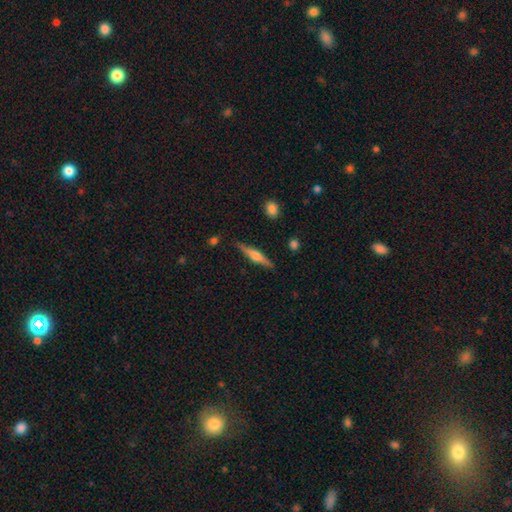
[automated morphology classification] A featured or disk galaxy (61%) viewed edge-on (97%) with a rounded central bulge (84%).

Vote fractions:
- Smooth or featured? featured or disk: 61% / smooth: 33% / star or artifact: 6%
- Edge-on disk? yes: 97% / no: 3%
- Edge-on bulge? rounded: 84% / boxy: 10% / none: 5%
- Merging? none: 88% / minor disturbance: 9% / major disturbance: 2% / merger: 2%